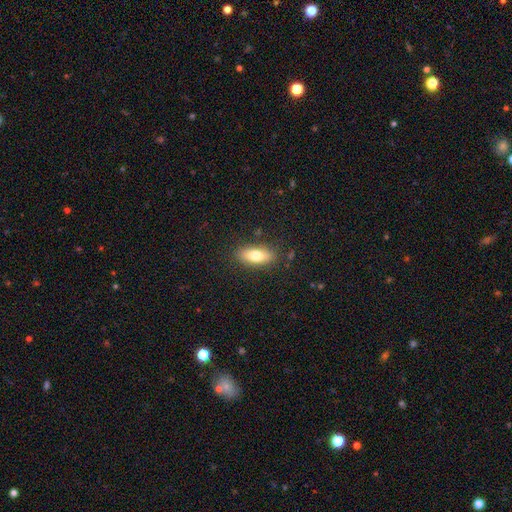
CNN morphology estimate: Smooth or featured?
  - smooth: 75% *
  - featured or disk: 18%
  - star or artifact: 7%
How rounded?
  - in between: 78% *
  - cigar-shaped: 19%
  - round: 3%
Merging?
  - none: 86% *
  - minor disturbance: 10%
  - major disturbance: 3%
  - merger: 1%